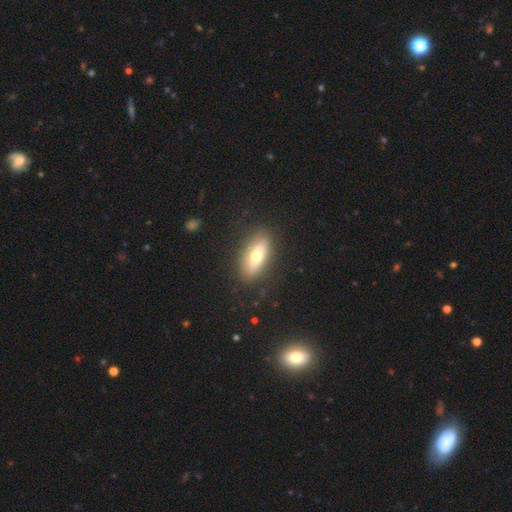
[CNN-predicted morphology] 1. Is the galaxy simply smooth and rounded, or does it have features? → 61% smooth, 32% featured or disk, 7% star or artifact.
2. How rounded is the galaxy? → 70% in between, 27% cigar-shaped, 3% round.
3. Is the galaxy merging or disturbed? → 86% none, 10% minor disturbance, 3% major disturbance, 1% merger.